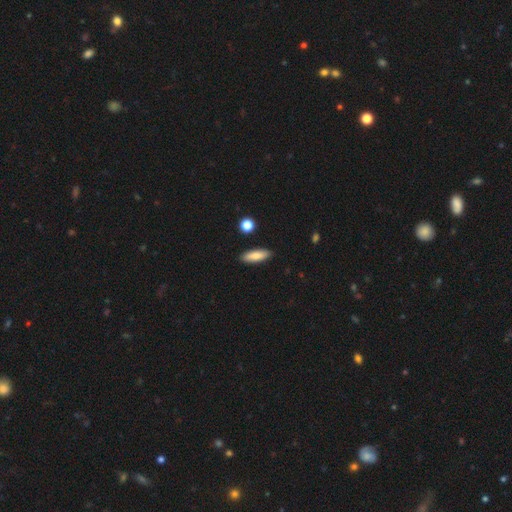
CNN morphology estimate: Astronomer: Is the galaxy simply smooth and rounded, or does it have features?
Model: smooth — 79%.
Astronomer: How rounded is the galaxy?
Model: in between — 52% (runner-up: cigar-shaped, 46%).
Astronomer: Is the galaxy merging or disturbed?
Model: none — 89%.